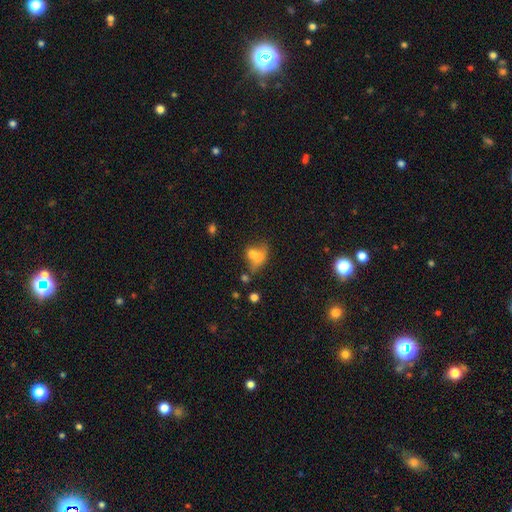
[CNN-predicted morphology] Smooth or featured?
  - smooth: 60% *
  - featured or disk: 26%
  - star or artifact: 14%
How rounded?
  - in between: 57% *
  - round: 38%
  - cigar-shaped: 4%
Merging?
  - merger: 55% *
  - none: 25%
  - minor disturbance: 11%
  - major disturbance: 10%